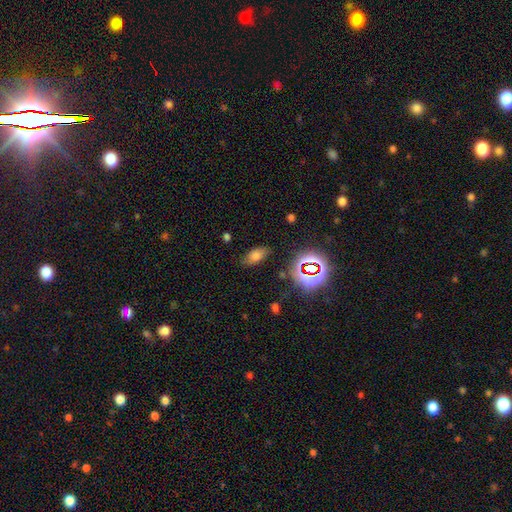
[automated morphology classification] smooth 65%, star or artifact 22%, featured or disk 12%. Down the decision tree: how rounded — in between (87%); merging — none (79%).